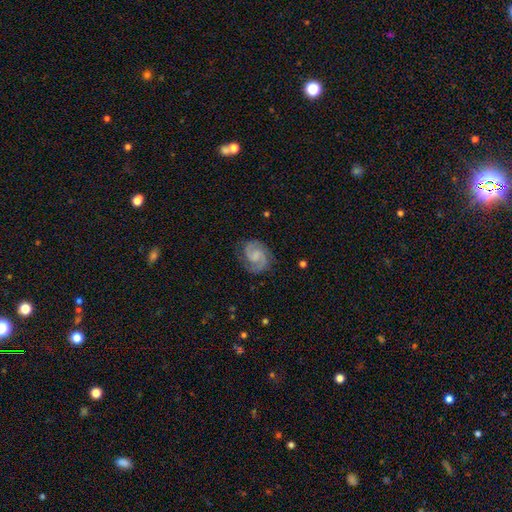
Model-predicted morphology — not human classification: type=featured or disk (86%); edge-on=no (98%); bar=weak (47%); spiral arms=yes (98%); winding=medium (53%); arm count=2 (90%); bulge=none (46%); merging=none (78%).